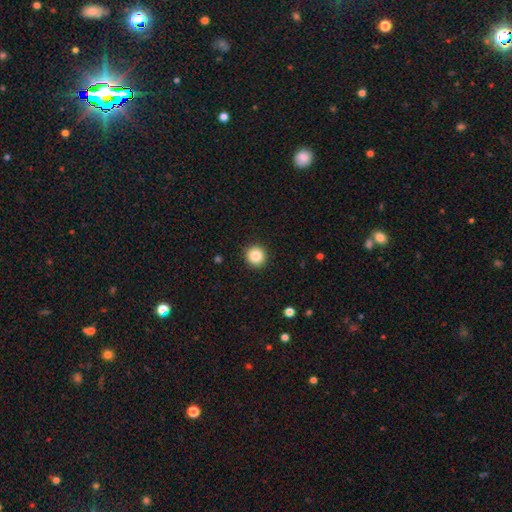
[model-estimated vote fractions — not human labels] Morphology: type=smooth (85%); roundness=round (95%); merging=none (93%).